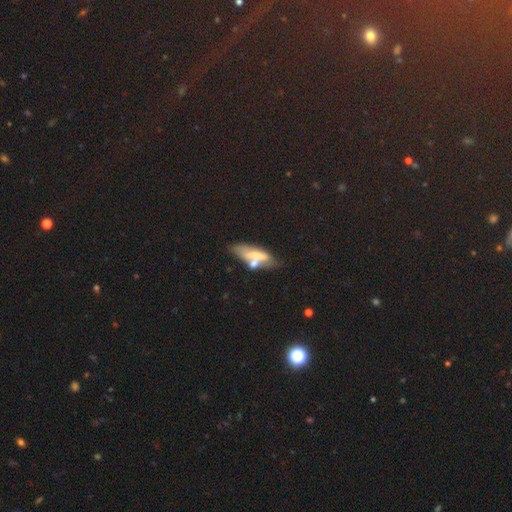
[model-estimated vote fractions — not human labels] Smooth or featured? smooth (47%)
Merging? none (48%)